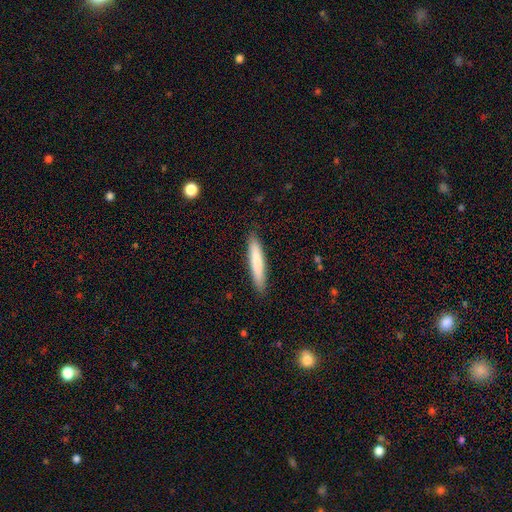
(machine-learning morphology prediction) The model was most divided on "smooth or featured": smooth: 77%, featured or disk: 17%, star or artifact: 5%. More confident: how rounded — cigar-shaped (91%); merging — none (89%).